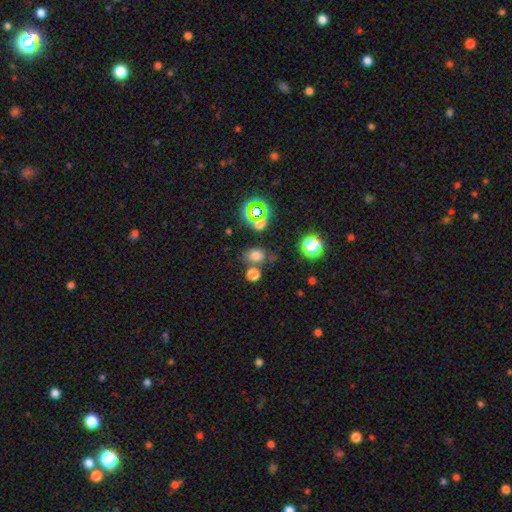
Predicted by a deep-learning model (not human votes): smooth_or_featured: smooth (p=0.69) [alt: star or artifact p=0.22]
how_rounded: round (p=0.49) [tied with: in between p=0.49]
merging: none (p=0.66) [alt: merger p=0.15]